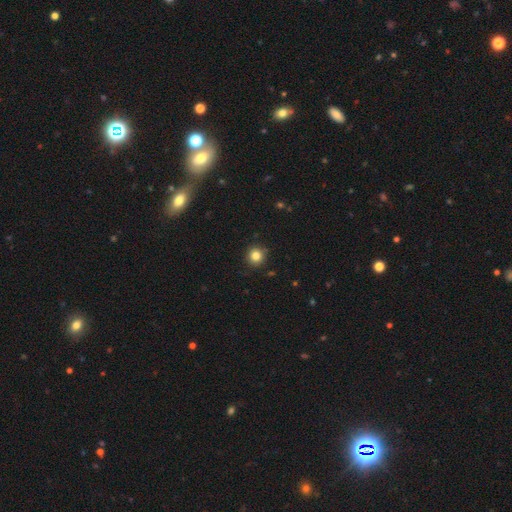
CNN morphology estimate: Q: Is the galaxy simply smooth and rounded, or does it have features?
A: smooth — 83%.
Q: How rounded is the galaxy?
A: round — 94%.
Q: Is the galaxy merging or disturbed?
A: none — 90%.